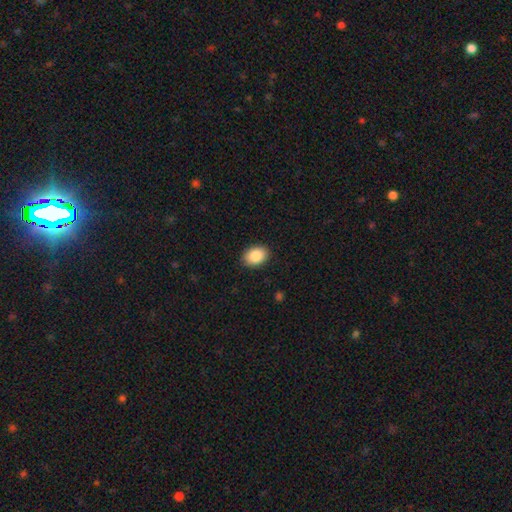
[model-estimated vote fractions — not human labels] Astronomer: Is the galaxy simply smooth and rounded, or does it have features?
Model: smooth — 87%.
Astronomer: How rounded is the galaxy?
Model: in between — 74%.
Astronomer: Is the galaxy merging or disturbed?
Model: none — 89%.